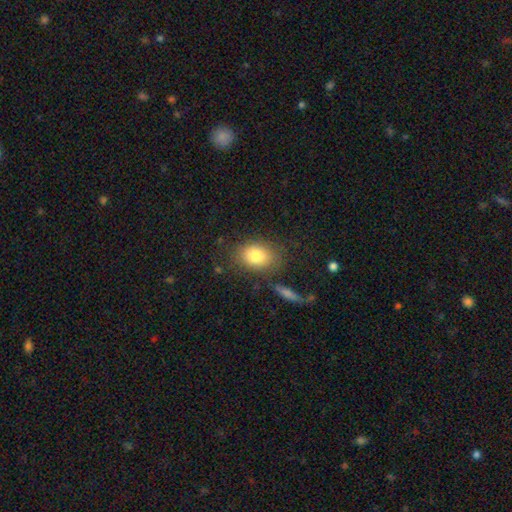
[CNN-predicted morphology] type=smooth (80%); roundness=in between (69%); merging=none (74%).